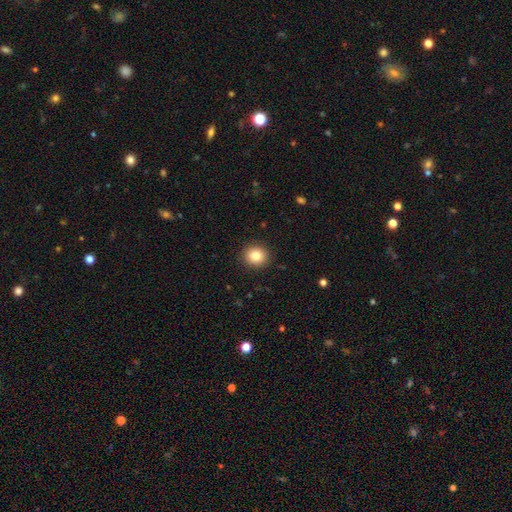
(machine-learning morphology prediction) A smooth galaxy with no disk features (84%) that is round (83%).

Vote fractions:
- Smooth or featured? smooth: 84% / star or artifact: 10% / featured or disk: 6%
- How rounded? round: 83% / in between: 17% / cigar-shaped: 1%
- Merging? none: 91% / minor disturbance: 6% / major disturbance: 2% / merger: 1%